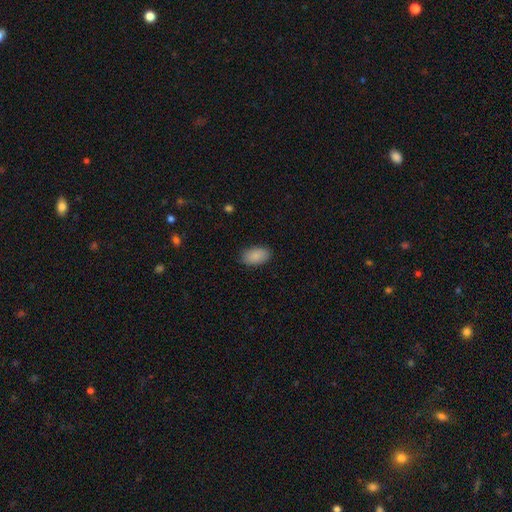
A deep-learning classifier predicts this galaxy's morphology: This appears to be a smooth galaxy with no disk features (89%) that is in between round and cigar-shaped (94%). Merging: none (87%).